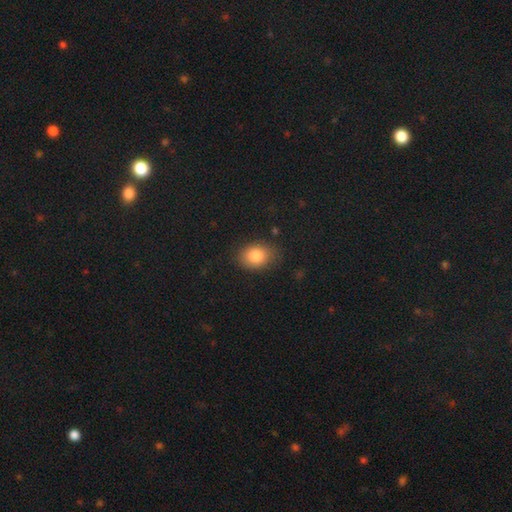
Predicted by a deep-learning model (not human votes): Q: Smooth or featured?
A: smooth (84%); runner-up: star or artifact (8%)
Q: How rounded?
A: in between (68%); runner-up: round (31%)
Q: Merging?
A: none (79%); runner-up: minor disturbance (16%)